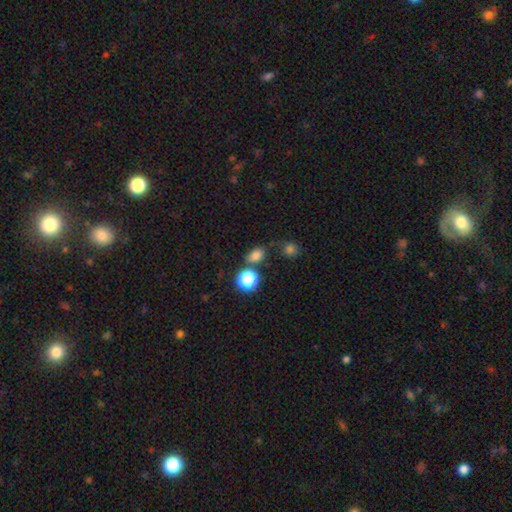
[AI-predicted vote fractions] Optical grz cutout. It shows a smooth galaxy with no disk features (75%) that is in between round and cigar-shaped (62%). Merging: none (71%).